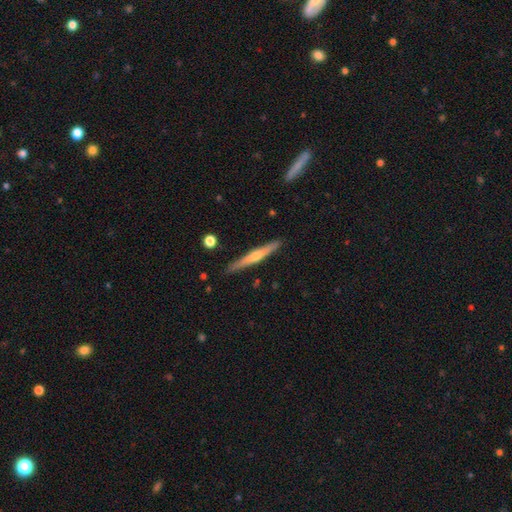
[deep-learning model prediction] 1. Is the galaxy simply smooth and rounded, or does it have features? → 62% featured or disk, 32% smooth, 6% star or artifact.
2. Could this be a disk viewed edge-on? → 97% yes, 3% no.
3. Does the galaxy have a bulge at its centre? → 74% rounded, 21% none, 5% boxy.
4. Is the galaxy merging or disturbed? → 90% none, 7% minor disturbance, 1% merger, 1% major disturbance.